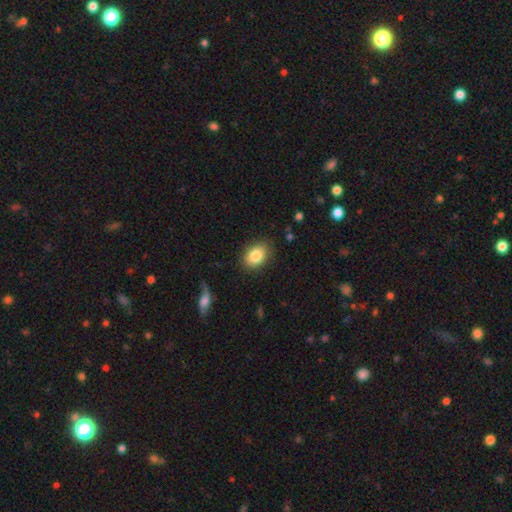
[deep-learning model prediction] smooth-or-featured: smooth: 83% | featured or disk: 9% | star or artifact: 8%
  how-rounded: in between: 76% | round: 23% | cigar-shaped: 1%
  merging: none: 85% | minor disturbance: 11% | major disturbance: 3% | merger: 1%